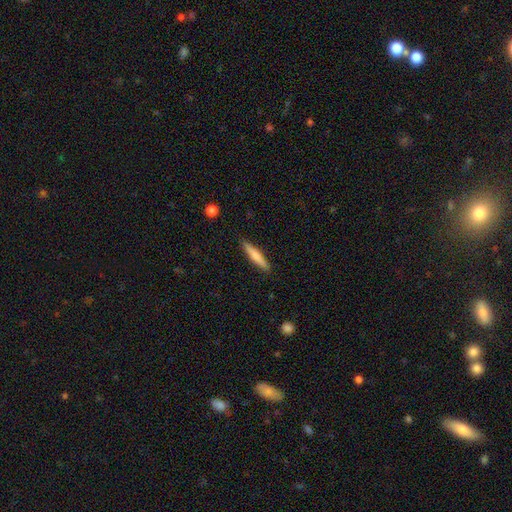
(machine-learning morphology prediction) smooth-or-featured: smooth: 70% | featured or disk: 24% | star or artifact: 6%
  how-rounded: cigar-shaped: 91% | in between: 8% | round: 1%
  merging: none: 90% | minor disturbance: 8% | major disturbance: 2% | merger: 1%